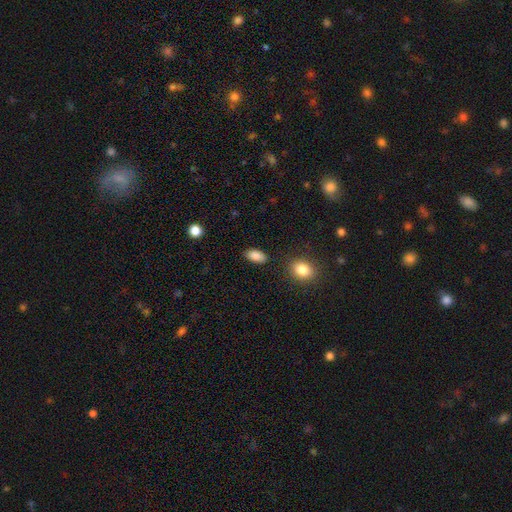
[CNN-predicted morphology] smooth-or-featured: smooth: 89% | star or artifact: 8% | featured or disk: 4%
  how-rounded: in between: 92% | cigar-shaped: 4% | round: 4%
  merging: none: 86% | minor disturbance: 9% | major disturbance: 3% | merger: 2%